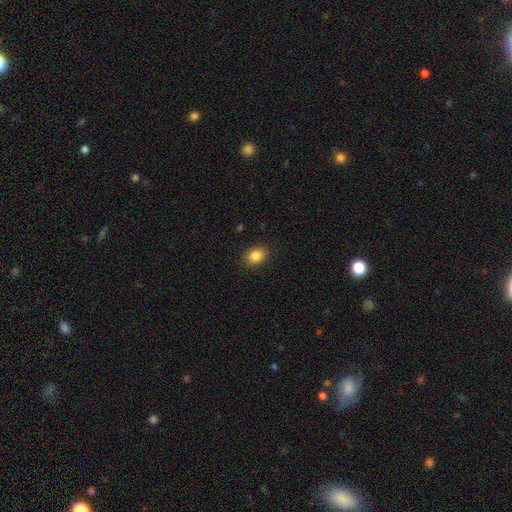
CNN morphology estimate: smooth-or-featured: smooth: 86% | star or artifact: 9% | featured or disk: 5%
  how-rounded: in between: 67% | round: 32% | cigar-shaped: 1%
  merging: none: 88% | minor disturbance: 9% | major disturbance: 2% | merger: 1%